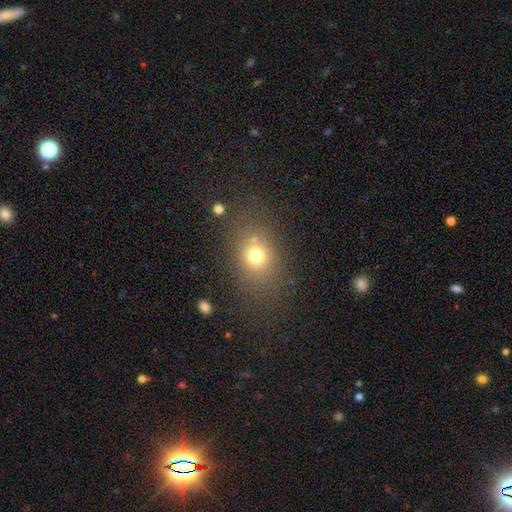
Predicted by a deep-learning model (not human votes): Morphology: type=smooth (72%); roundness=round (49%, tied with in between); merging=none (73%).